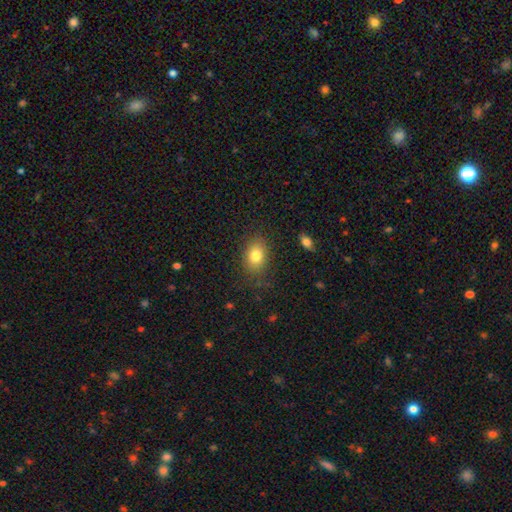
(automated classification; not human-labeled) This appears to be a smooth galaxy with no disk features (80%) that is in between round and cigar-shaped (77%). Merging: none (81%).